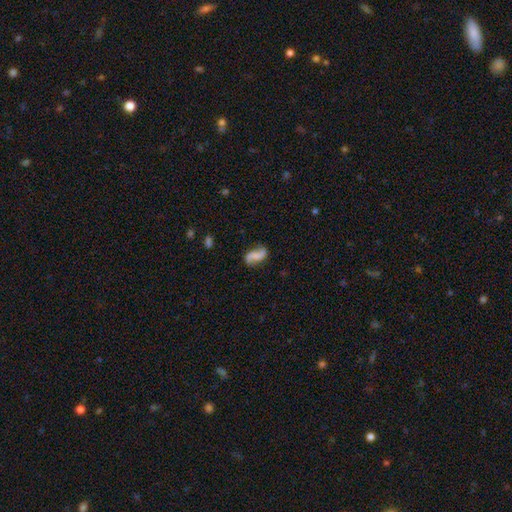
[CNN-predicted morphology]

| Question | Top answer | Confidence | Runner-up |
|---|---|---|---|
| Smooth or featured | featured or disk | 65% | smooth (26%) |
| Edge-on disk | no | 97% | yes (3%) |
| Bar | no | 50% | weak (31%) |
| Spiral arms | yes | 92% | no (8%) |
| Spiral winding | loose | 77% | medium (17%) |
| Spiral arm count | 2 | 91% | 1 (4%) |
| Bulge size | none | 69% | small (15%) |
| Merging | none | 72% | minor disturbance (18%) |